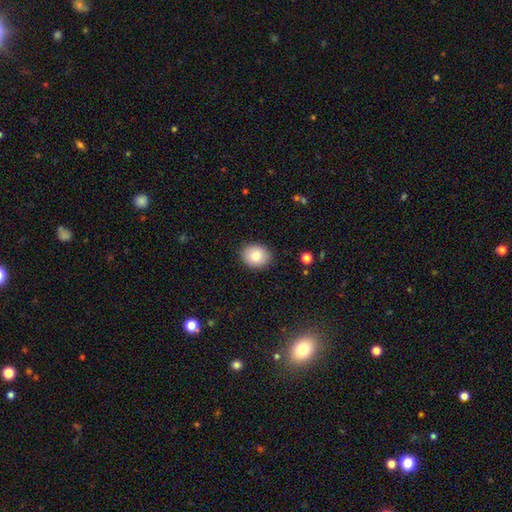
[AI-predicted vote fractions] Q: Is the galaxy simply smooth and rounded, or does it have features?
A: smooth — 82%.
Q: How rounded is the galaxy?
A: round — 57%.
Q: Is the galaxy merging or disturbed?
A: none — 89%.